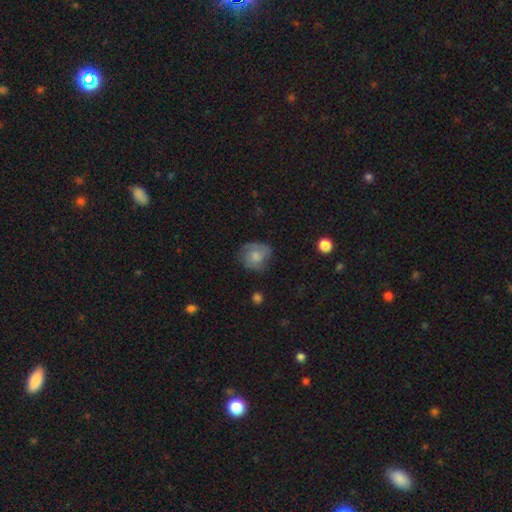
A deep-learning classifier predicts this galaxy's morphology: Overall: smooth (58%; featured or disk 33%). How rounded: round (72%). Merging: none (64%; minor disturbance 24%).